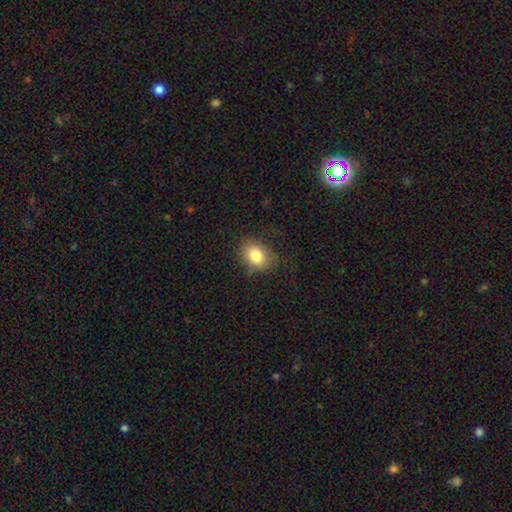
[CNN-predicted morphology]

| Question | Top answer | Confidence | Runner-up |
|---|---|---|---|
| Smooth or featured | smooth | 81% | star or artifact (10%) |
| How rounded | in between | 67% | round (31%) |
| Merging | none | 76% | minor disturbance (17%) |